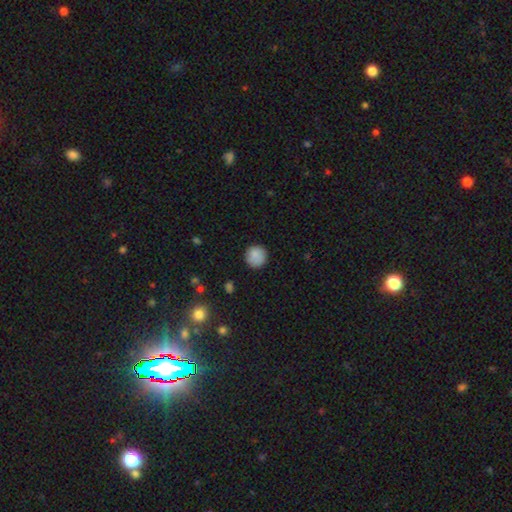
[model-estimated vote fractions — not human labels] A smooth galaxy with no disk features (87%) that is round (94%). Merging: none (88%).